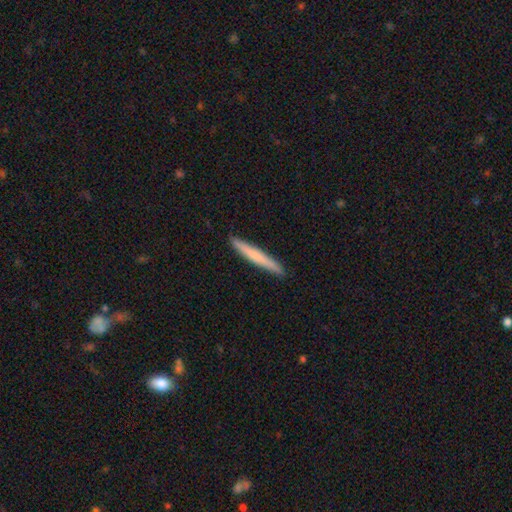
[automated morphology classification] smooth_or_featured: smooth (p=0.65) [alt: featured or disk p=0.30]
how_rounded: cigar-shaped (p=0.97) [alt: in between p=0.02]
merging: none (p=0.92) [alt: minor disturbance p=0.06]